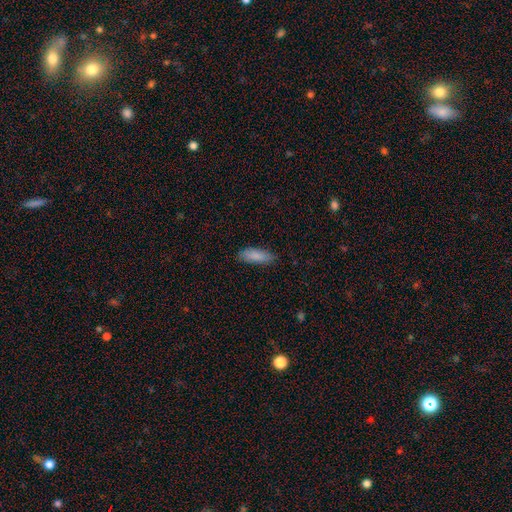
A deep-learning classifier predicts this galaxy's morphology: A smooth galaxy with no disk features (87%) that is in between round and cigar-shaped (67%).

Vote fractions:
- Smooth or featured? smooth: 87% / featured or disk: 7% / star or artifact: 6%
- How rounded? in between: 67% / cigar-shaped: 32% / round: 2%
- Merging? none: 83% / minor disturbance: 13% / major disturbance: 2% / merger: 1%